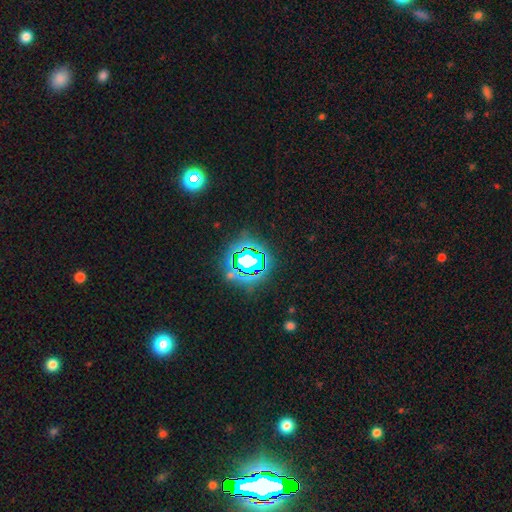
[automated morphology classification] Smooth or featured? Predicted: star or artifact (p=0.74).